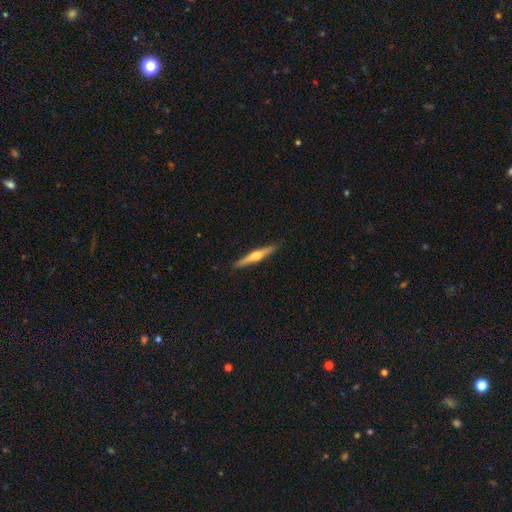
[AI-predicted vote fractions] smooth-or-featured: featured or disk: 70% | smooth: 25% | star or artifact: 5%
  disk-edge-on: yes: 98% | no: 2%
    edge-on-bulge: rounded: 93% | none: 4% | boxy: 3%
  merging: none: 91% | minor disturbance: 6% | major disturbance: 1% | merger: 1%